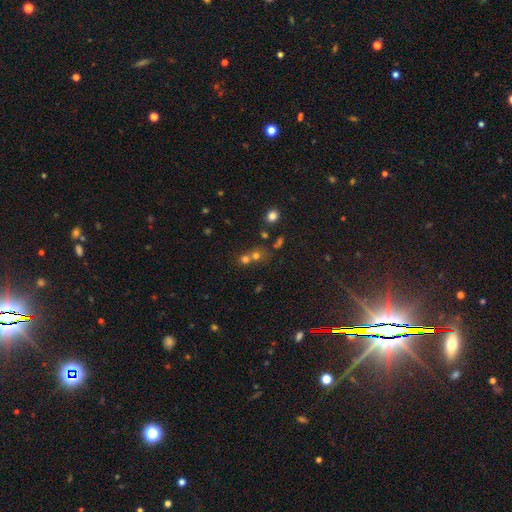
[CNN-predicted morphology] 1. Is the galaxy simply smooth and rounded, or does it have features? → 57% smooth, 29% star or artifact, 14% featured or disk.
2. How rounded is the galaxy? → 80% round, 19% in between, 1% cigar-shaped.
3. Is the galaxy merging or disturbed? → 47% merger, 42% none, 6% minor disturbance, 4% major disturbance.